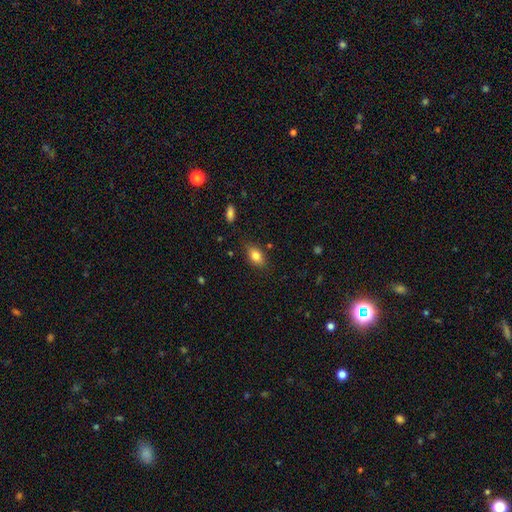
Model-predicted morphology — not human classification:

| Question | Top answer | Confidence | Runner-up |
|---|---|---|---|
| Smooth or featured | smooth | 80% | featured or disk (11%) |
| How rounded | in between | 83% | round (13%) |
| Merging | none | 80% | minor disturbance (14%) |